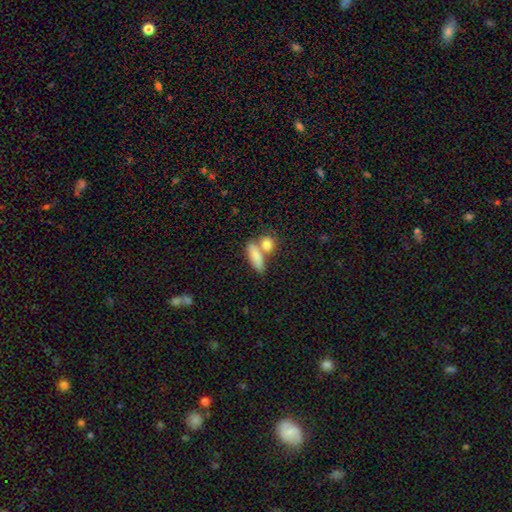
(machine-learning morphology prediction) Smooth or featured? smooth (81%)
How rounded? in between (59%)
Merging? none (44%)